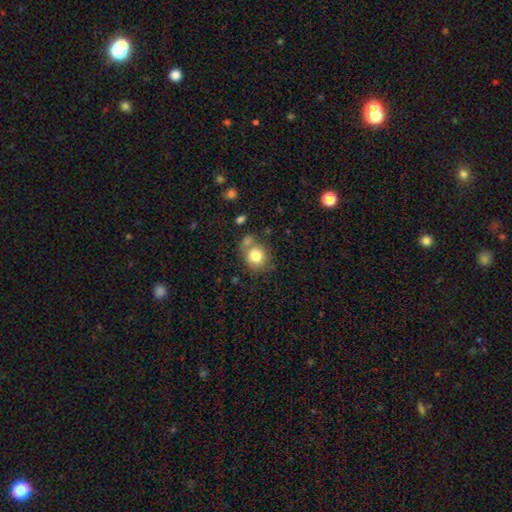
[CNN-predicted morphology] A smooth galaxy with no disk features (80%) that is round (82%). Merging: none (63%).